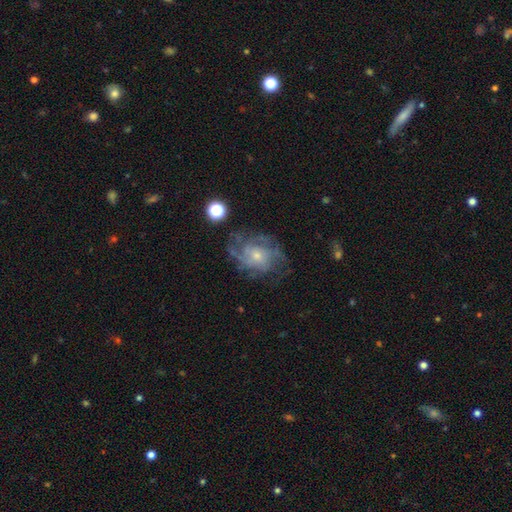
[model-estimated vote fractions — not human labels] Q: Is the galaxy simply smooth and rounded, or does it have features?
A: featured or disk — 76%.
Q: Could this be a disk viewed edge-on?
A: no — 97%.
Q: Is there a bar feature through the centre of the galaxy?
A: no — 76%.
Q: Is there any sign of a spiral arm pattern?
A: yes — 89%.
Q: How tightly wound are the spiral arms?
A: tight — 48%.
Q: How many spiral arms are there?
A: can't tell — 42%.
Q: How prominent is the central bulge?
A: small — 62%.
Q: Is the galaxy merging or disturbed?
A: none — 67%.